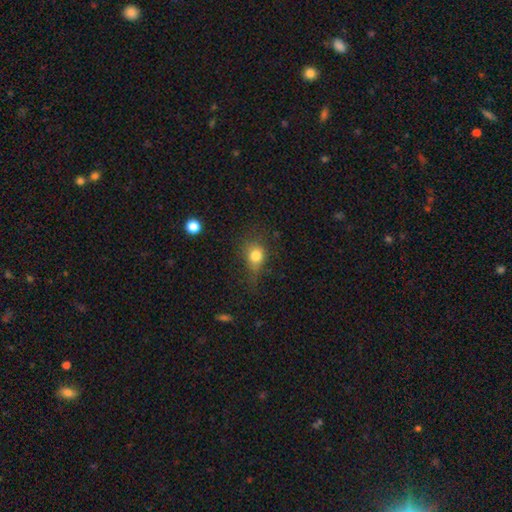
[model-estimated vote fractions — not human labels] smooth-or-featured: smooth: 77% | star or artifact: 13% | featured or disk: 10%
  how-rounded: round: 61% | in between: 37% | cigar-shaped: 2%
  merging: none: 52% | minor disturbance: 28% | major disturbance: 17% | merger: 3%